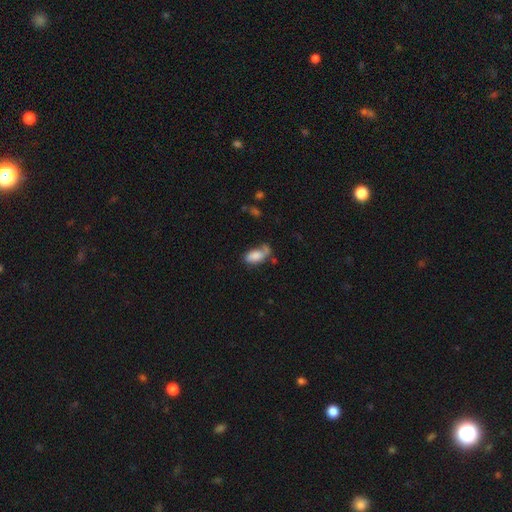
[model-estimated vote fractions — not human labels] Smooth or featured?
  - smooth: 71% *
  - featured or disk: 21%
  - star or artifact: 8%
How rounded?
  - in between: 91% *
  - cigar-shaped: 5%
  - round: 4%
Merging?
  - none: 39% *
  - minor disturbance: 26%
  - major disturbance: 23%
  - merger: 12%